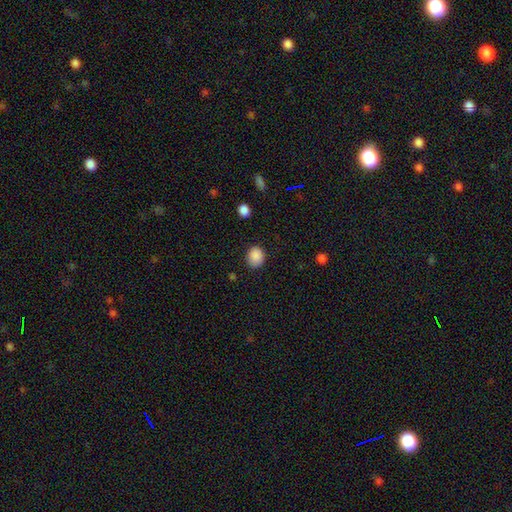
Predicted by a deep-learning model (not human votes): smooth 88%, star or artifact 9%, featured or disk 3%. Down the decision tree: how rounded — round (60%); merging — none (81%).